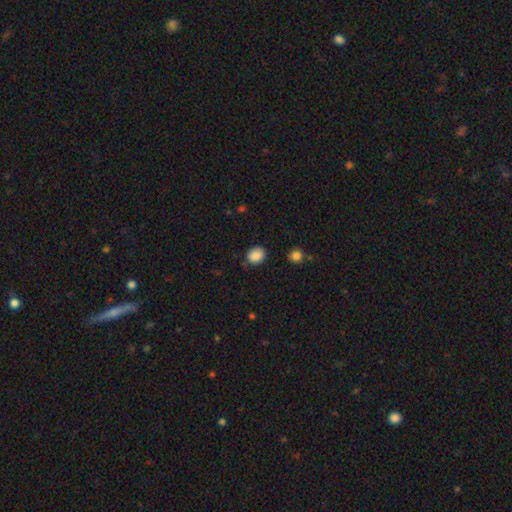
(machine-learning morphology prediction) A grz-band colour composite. It shows a smooth galaxy with no disk features (87%) that is round (57%). Merging: none (78%).